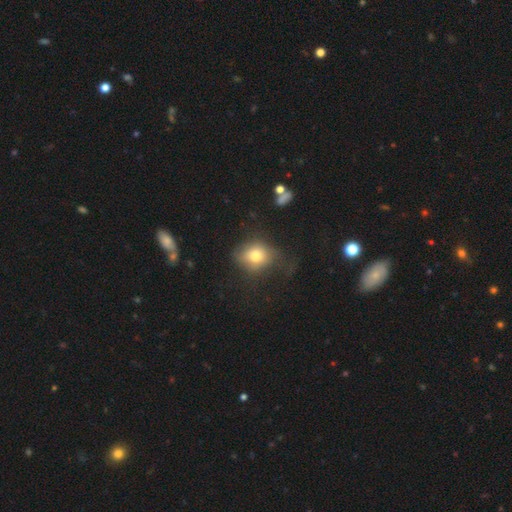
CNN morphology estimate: smooth_or_featured: smooth (p=0.74) [alt: featured or disk p=0.15]
how_rounded: round (p=0.57) [alt: in between p=0.41]
merging: none (p=0.52) [alt: minor disturbance p=0.26]